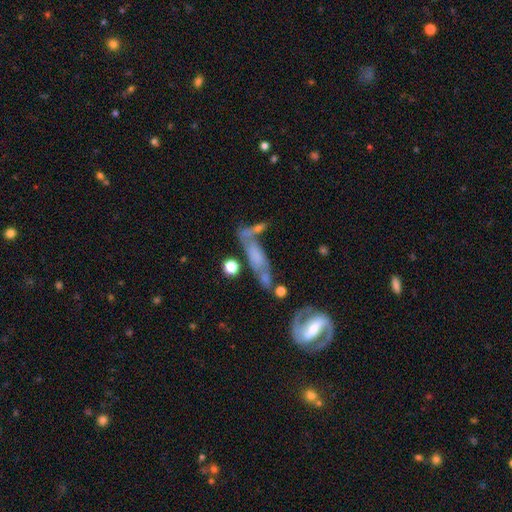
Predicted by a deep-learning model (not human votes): smooth_or_featured: featured or disk (p=0.58) [alt: smooth p=0.31]
disk_edge_on: no (p=0.64) [alt: yes p=0.36]
merging: none (p=0.45) [alt: merger p=0.21]